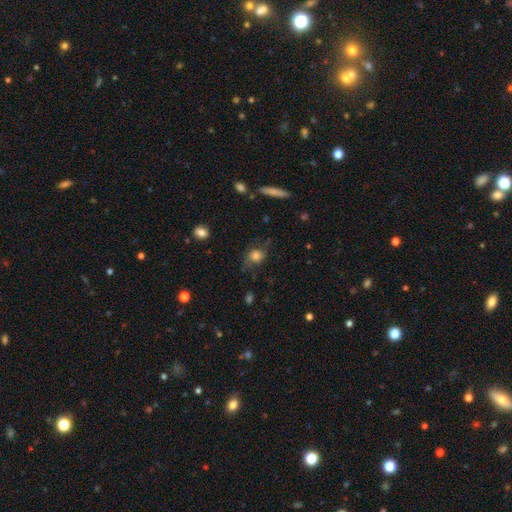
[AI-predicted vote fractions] smooth 63%, featured or disk 26%, star or artifact 11%. Down the decision tree: how rounded — round (65%); merging — none (59%).